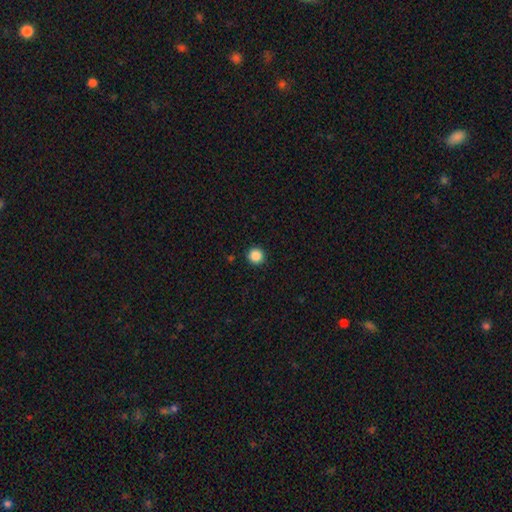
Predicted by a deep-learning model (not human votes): Overall: smooth (87%). How rounded: round (95%). Merging: none (92%).